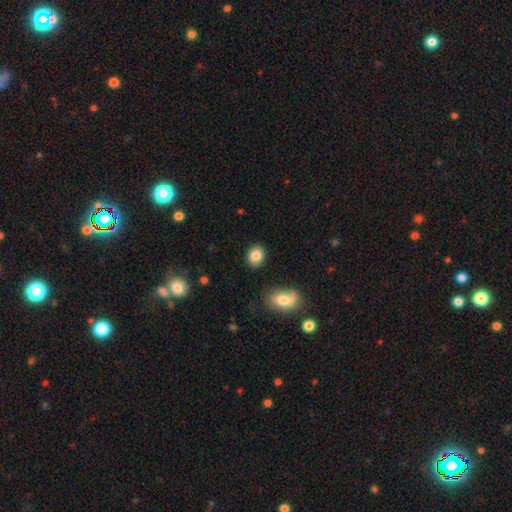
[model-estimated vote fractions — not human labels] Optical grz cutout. It shows a smooth galaxy with no disk features (85%) that is round (56%). Merging: none (88%).